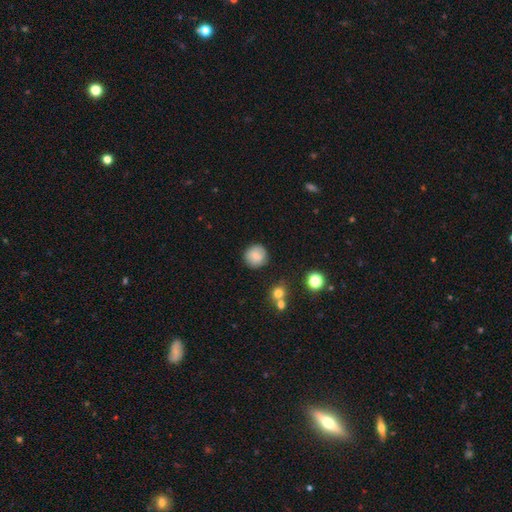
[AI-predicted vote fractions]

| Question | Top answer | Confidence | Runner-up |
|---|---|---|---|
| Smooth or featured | smooth | 80% | featured or disk (12%) |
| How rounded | round | 92% | in between (7%) |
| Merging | none | 85% | minor disturbance (10%) |